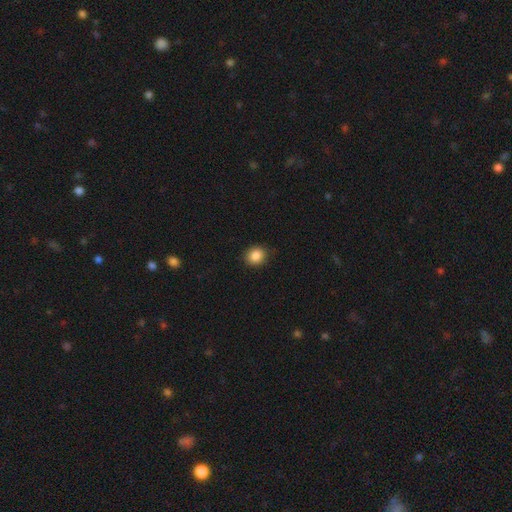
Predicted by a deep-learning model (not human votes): Smooth or featured? Predicted: smooth (p=0.87). How rounded? Predicted: round (p=0.79). Merging? Predicted: none (p=0.88).